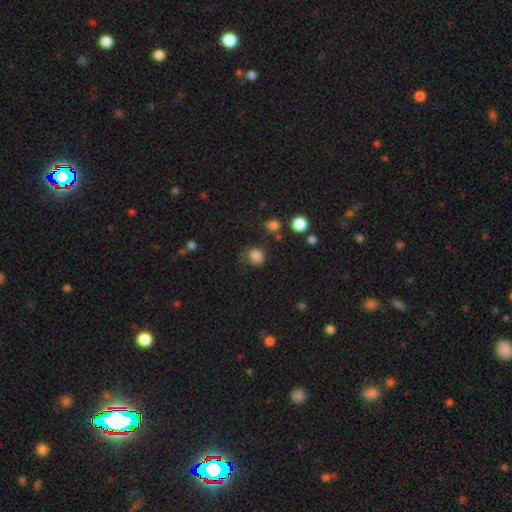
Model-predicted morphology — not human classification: Smooth or featured?
  - smooth: 82% *
  - star or artifact: 12%
  - featured or disk: 7%
How rounded?
  - round: 65% *
  - in between: 34%
  - cigar-shaped: 1%
Merging?
  - none: 55% *
  - minor disturbance: 26%
  - major disturbance: 16%
  - merger: 3%